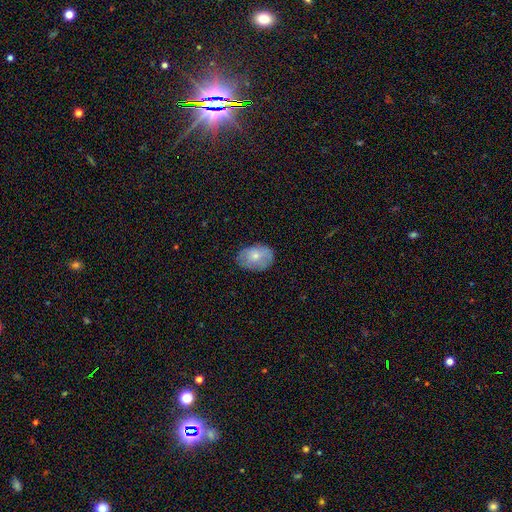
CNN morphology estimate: A smooth galaxy with no disk features (71%) that is in between round and cigar-shaped (79%). Merging: none (76%).